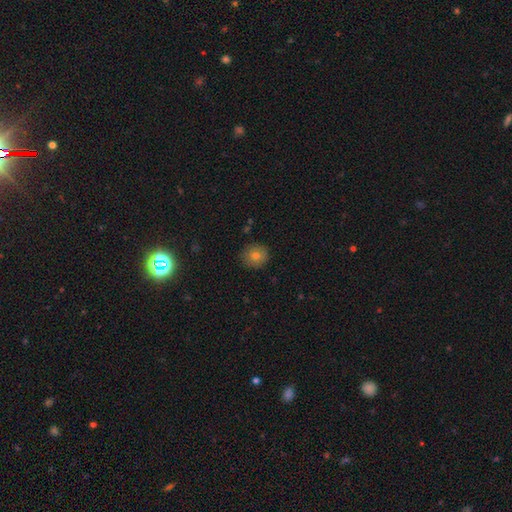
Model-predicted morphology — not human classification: smooth 73%, star or artifact 14%, featured or disk 12%. Down the decision tree: how rounded — round (90%); merging — none (87%).